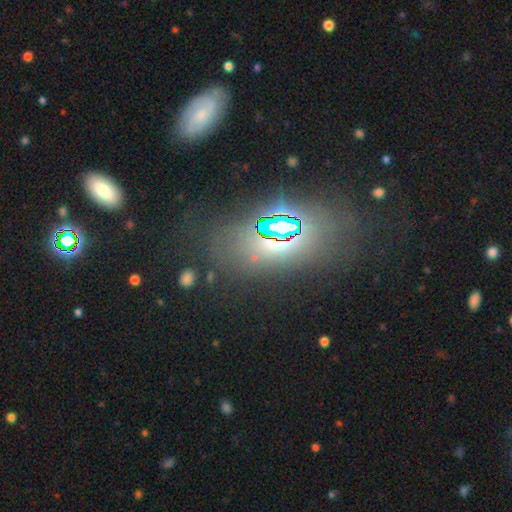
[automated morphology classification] Smooth or featured: star or artifact — 57% (smooth — 27%)